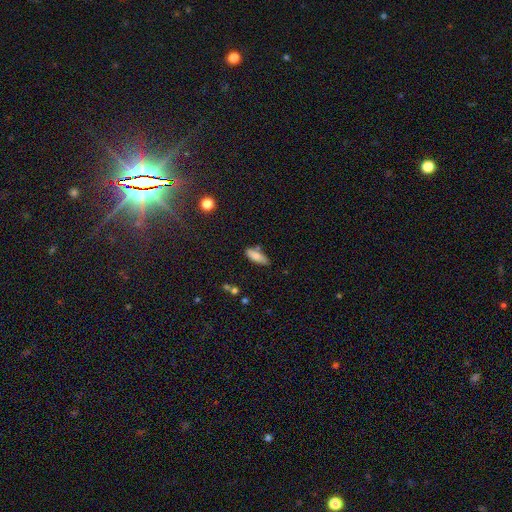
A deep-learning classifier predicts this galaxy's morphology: The model was most divided on "merging": none: 65%, minor disturbance: 24%, merger: 7%, major disturbance: 5%. More confident: smooth or featured — smooth (80%); how rounded — in between (70%).